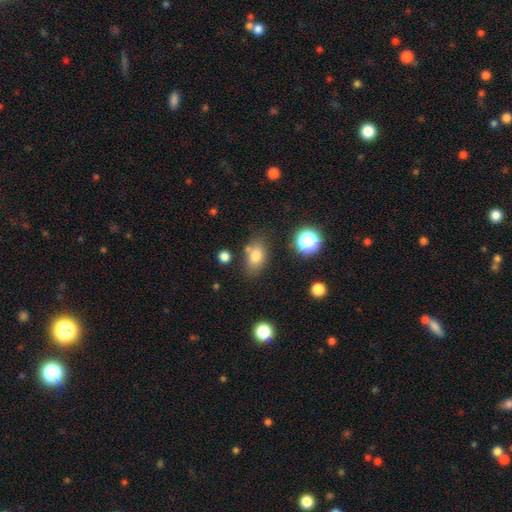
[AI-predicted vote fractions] A smooth galaxy with no disk features (77%) that is in between round and cigar-shaped (81%).

Vote fractions:
- Smooth or featured? smooth: 77% / star or artifact: 12% / featured or disk: 11%
- How rounded? in between: 81% / round: 17% / cigar-shaped: 3%
- Merging? none: 72% / minor disturbance: 15% / merger: 8% / major disturbance: 5%